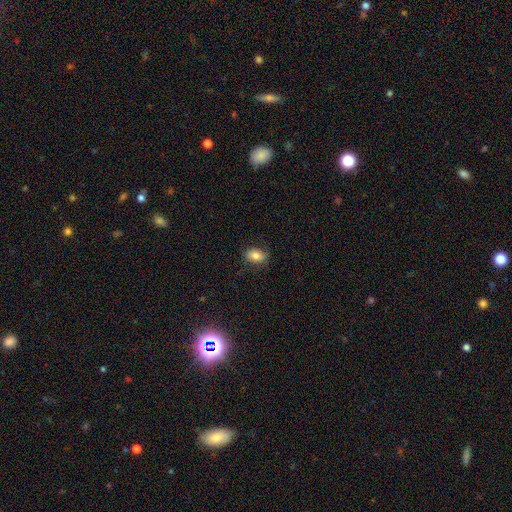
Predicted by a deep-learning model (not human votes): Smooth or featured?
  - smooth: 80% *
  - featured or disk: 11%
  - star or artifact: 9%
How rounded?
  - in between: 84% *
  - round: 15%
  - cigar-shaped: 2%
Merging?
  - none: 81% *
  - minor disturbance: 15%
  - major disturbance: 3%
  - merger: 1%